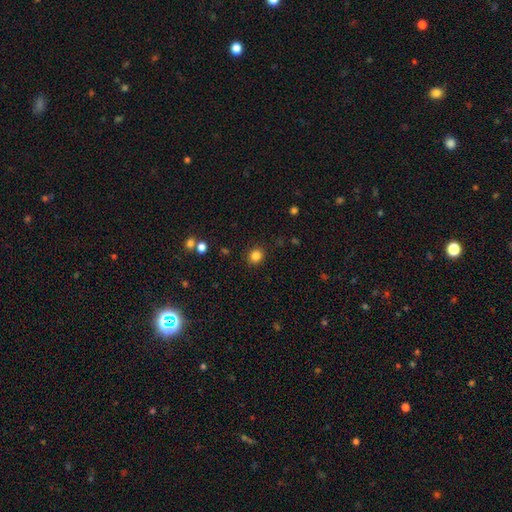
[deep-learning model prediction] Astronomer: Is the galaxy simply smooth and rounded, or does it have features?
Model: smooth — 84%.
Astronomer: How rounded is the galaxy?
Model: round — 82%.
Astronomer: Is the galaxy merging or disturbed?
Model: none — 89%.